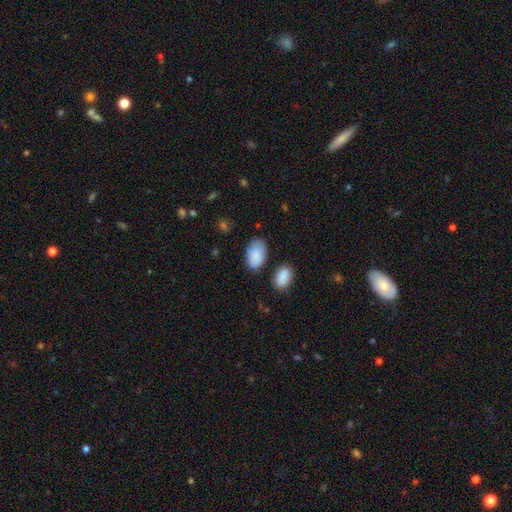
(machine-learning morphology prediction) A smooth galaxy with no disk features (88%) that is in between round and cigar-shaped (93%). Merging: none (68%).